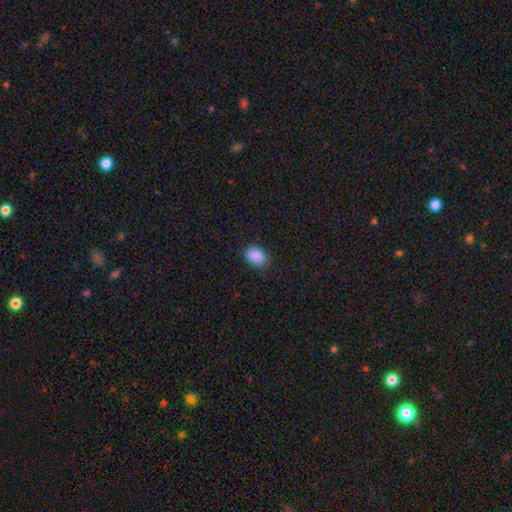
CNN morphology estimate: Smooth or featured? smooth (89%)
How rounded? in between (83%)
Merging? none (83%)